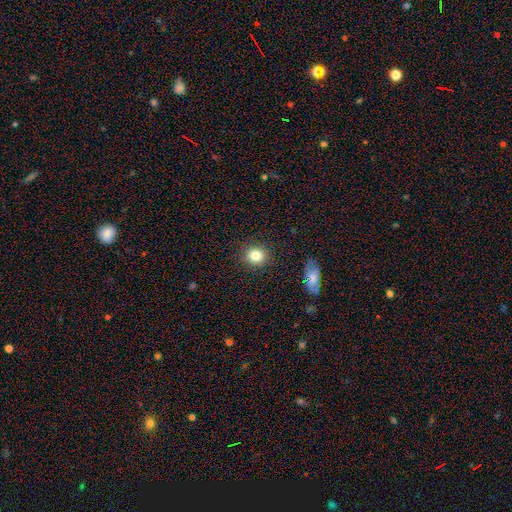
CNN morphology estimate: The model was most divided on "how rounded": round: 82%, in between: 17%, cigar-shaped: 1%. More confident: merging — none (88%); smooth or featured — smooth (83%).